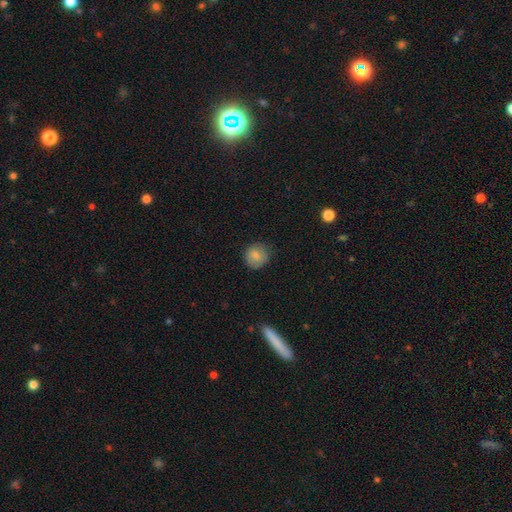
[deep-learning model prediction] Q: Smooth or featured?
A: smooth (82%); runner-up: featured or disk (10%)
Q: How rounded?
A: round (85%); runner-up: in between (14%)
Q: Merging?
A: none (74%); runner-up: minor disturbance (20%)